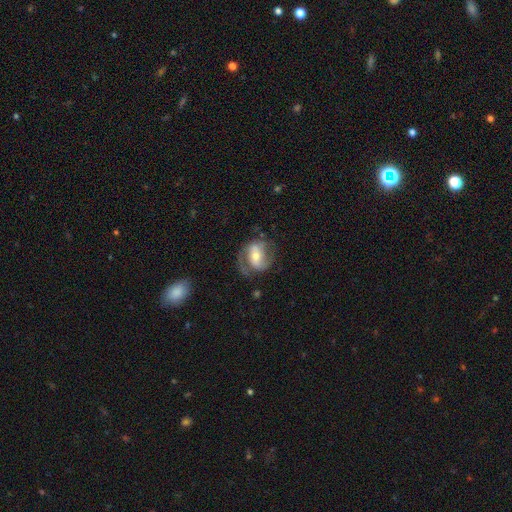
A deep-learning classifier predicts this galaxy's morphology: smooth-or-featured: featured or disk: 69% | smooth: 24% | star or artifact: 6%
  disk-edge-on: no: 96% | yes: 4%
    bar: weak: 36% | strong: 33% | no: 31%
    has-spiral-arms: yes: 84% | no: 16%
      spiral-winding: medium: 47% | tight: 29% | loose: 24%
      spiral-arm-count: 2: 74% | 1: 11% | can't tell: 10% | 3: 3% | 4: 1% | more than 4: 1%
    bulge-size: moderate: 54% | small: 35% | large: 8% | none: 2% | dominant: 1%
  merging: none: 56% | minor disturbance: 21% | major disturbance: 20% | merger: 2%